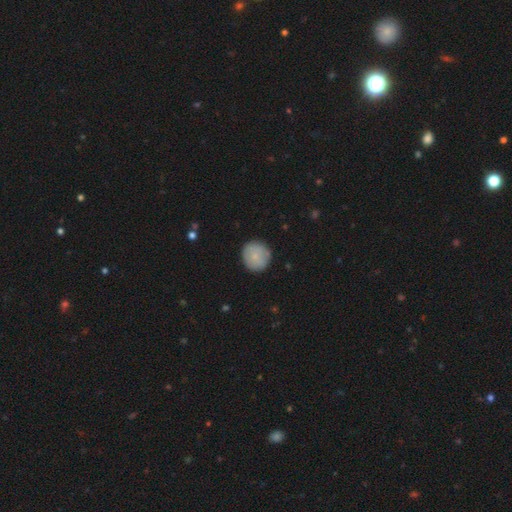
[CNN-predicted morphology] smooth_or_featured: smooth (p=0.81) [alt: featured or disk p=0.13]
how_rounded: round (p=0.92) [alt: in between p=0.07]
merging: none (p=0.86) [alt: minor disturbance p=0.10]